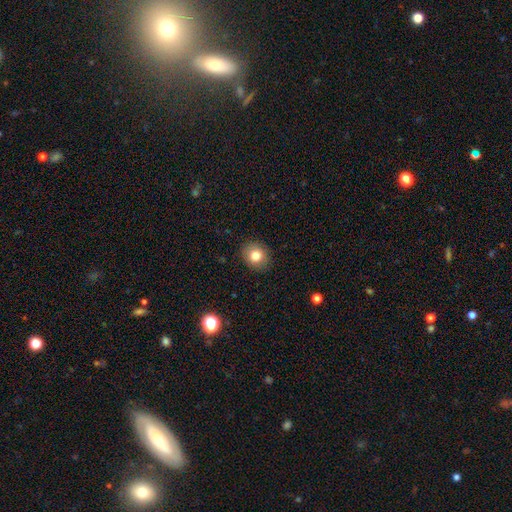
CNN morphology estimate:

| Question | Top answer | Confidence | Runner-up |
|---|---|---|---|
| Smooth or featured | smooth | 81% | star or artifact (10%) |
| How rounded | round | 73% | in between (26%) |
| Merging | none | 89% | minor disturbance (8%) |